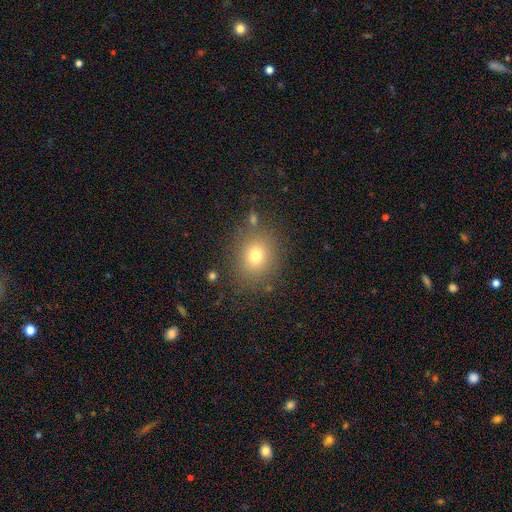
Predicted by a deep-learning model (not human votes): smooth 73%, star or artifact 16%, featured or disk 11%. Down the decision tree: how rounded — round (68%); merging — none (83%).